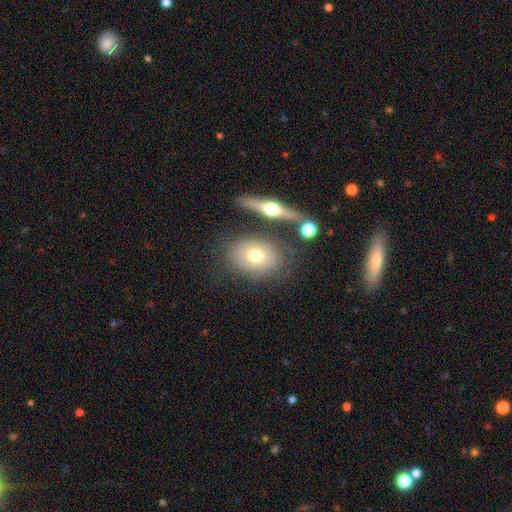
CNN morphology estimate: smooth-or-featured: smooth: 53% | featured or disk: 39% | star or artifact: 8%
  how-rounded: in between: 61% | round: 36% | cigar-shaped: 3%
  merging: none: 68% | minor disturbance: 15% | merger: 10% | major disturbance: 6%